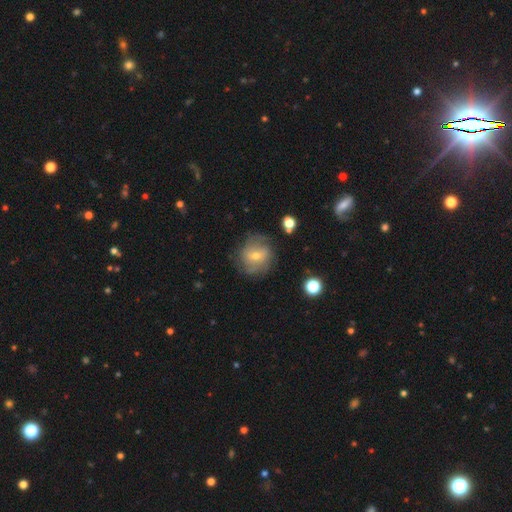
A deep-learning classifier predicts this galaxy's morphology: smooth-or-featured: featured or disk: 57% | smooth: 32% | star or artifact: 11%
  disk-edge-on: no: 96% | yes: 4%
    bar: weak: 47% | no: 38% | strong: 15%
    has-spiral-arms: yes: 73% | no: 27%
    bulge-size: small: 53% | moderate: 43% | large: 2% | none: 2% | dominant: 1%
  merging: none: 73% | minor disturbance: 17% | major disturbance: 8% | merger: 2%